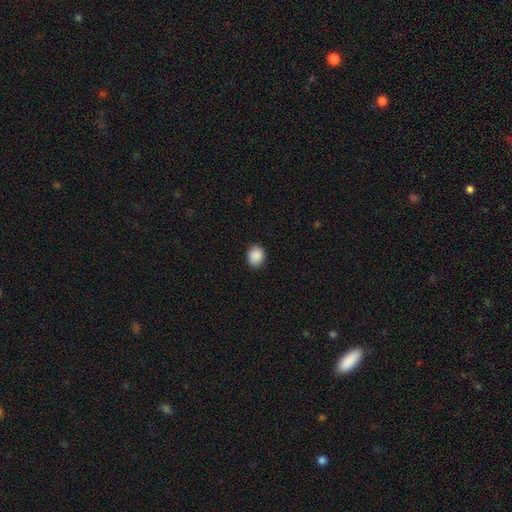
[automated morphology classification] A smooth galaxy with no disk features (89%) that is round (66%). Merging: none (88%).